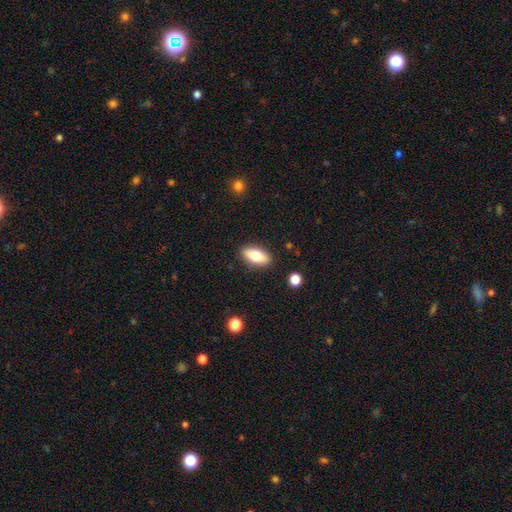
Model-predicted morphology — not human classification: A smooth galaxy with no disk features (72%) that is in between round and cigar-shaped (82%). Merging: none (88%).